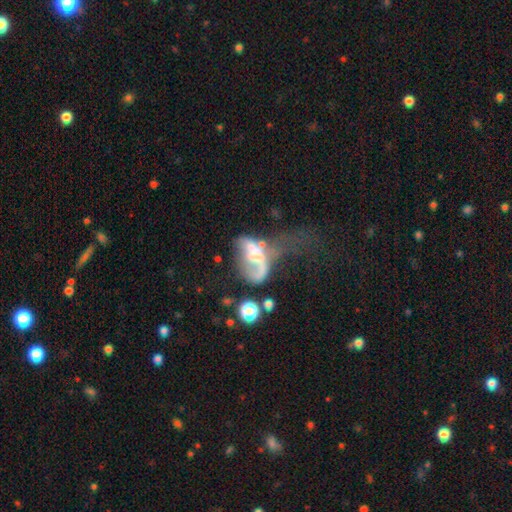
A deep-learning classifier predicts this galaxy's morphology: Smooth or featured? featured or disk (54%)
Edge-on disk? no (95%)
Bar? no (71%)
Spiral arms? no (71%)
Bulge size? moderate (40%)
Merging? major disturbance (49%)